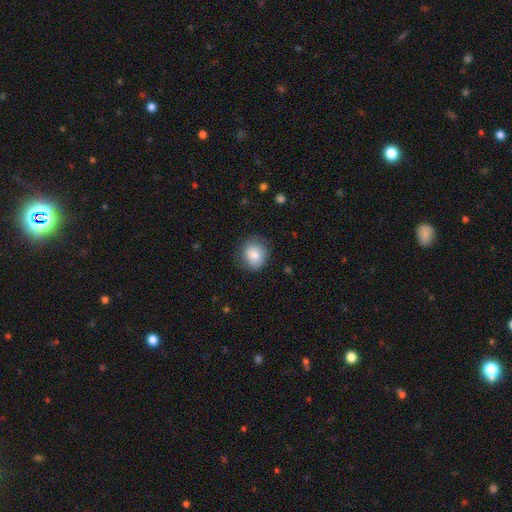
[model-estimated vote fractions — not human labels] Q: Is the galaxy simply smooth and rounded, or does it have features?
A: smooth — 82%.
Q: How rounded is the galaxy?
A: round — 73%.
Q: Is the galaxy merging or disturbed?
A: none — 75%.